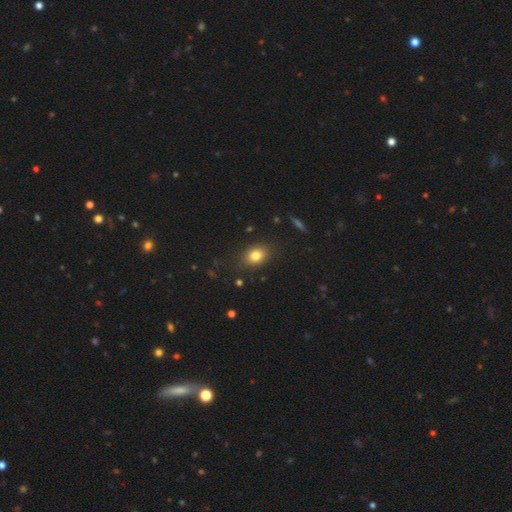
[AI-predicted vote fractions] Overall: smooth (80%). How rounded: in between (60%; round 39%). Merging: none (83%).